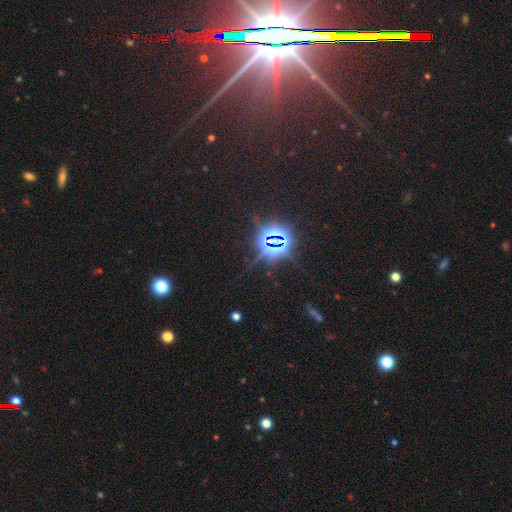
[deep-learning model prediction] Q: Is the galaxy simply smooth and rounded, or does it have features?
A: star or artifact — 76%.